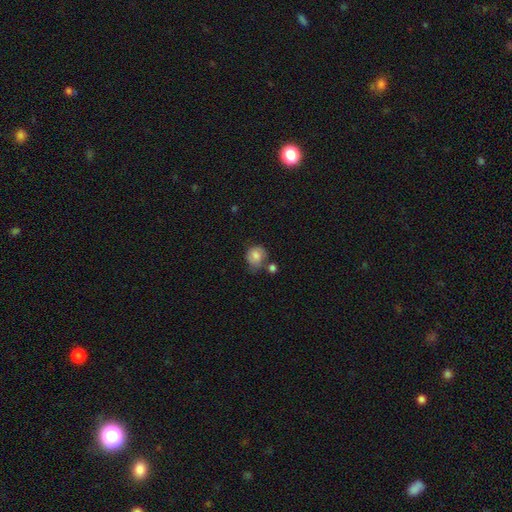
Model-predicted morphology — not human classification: Smooth or featured? Predicted: smooth (p=0.76). How rounded? Predicted: round (p=0.67). Merging? Predicted: none (p=0.47).